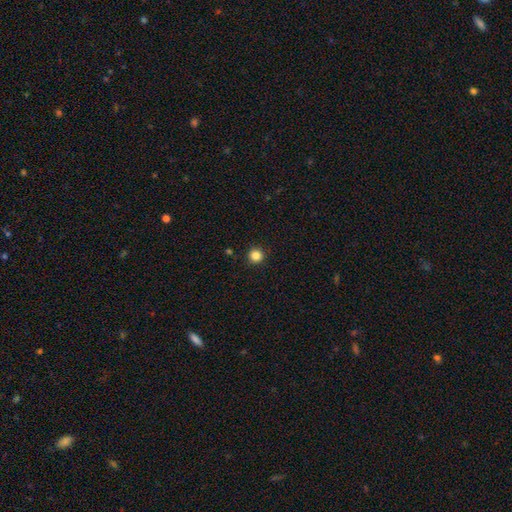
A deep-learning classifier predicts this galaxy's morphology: This is clearly a smooth galaxy (85%). How rounded: clearly round (95%). Merging: clearly none (92%).